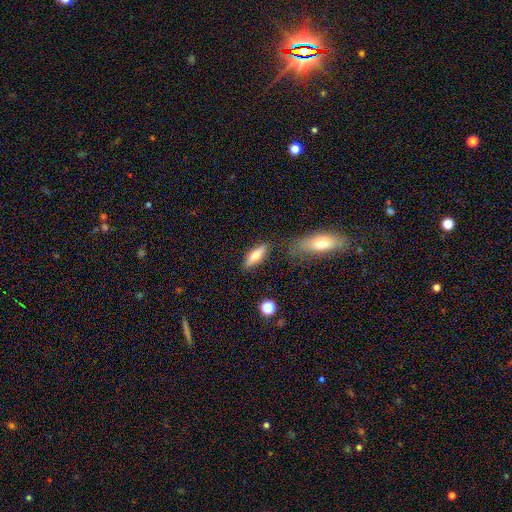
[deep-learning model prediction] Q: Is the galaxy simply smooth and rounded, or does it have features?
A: smooth — 61%.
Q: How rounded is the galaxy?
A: cigar-shaped — 49%.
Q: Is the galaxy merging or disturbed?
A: none — 80%.